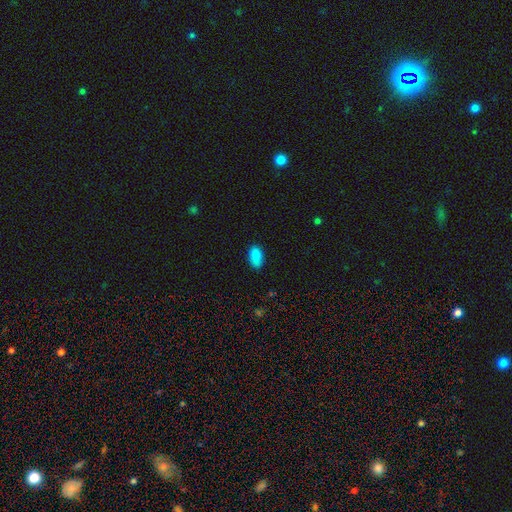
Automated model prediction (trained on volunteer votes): Q: Smooth or featured?
A: smooth (87%); runner-up: star or artifact (8%)
Q: How rounded?
A: in between (93%); runner-up: round (5%)
Q: Merging?
A: none (79%); runner-up: minor disturbance (17%)